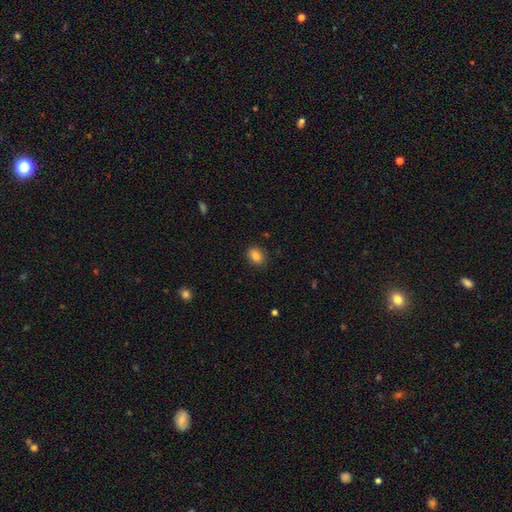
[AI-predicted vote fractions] A smooth galaxy with no disk features (85%) that is in between round and cigar-shaped (68%).

Vote fractions:
- Smooth or featured? smooth: 85% / star or artifact: 9% / featured or disk: 6%
- How rounded? in between: 68% / round: 30% / cigar-shaped: 2%
- Merging? none: 87% / minor disturbance: 9% / major disturbance: 2% / merger: 1%